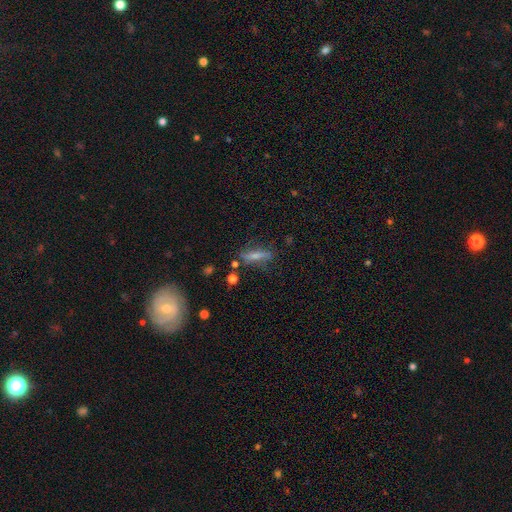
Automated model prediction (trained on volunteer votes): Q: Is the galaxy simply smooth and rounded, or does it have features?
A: smooth — 53%.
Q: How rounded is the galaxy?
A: cigar-shaped — 73%.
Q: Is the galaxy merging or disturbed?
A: none — 71%.